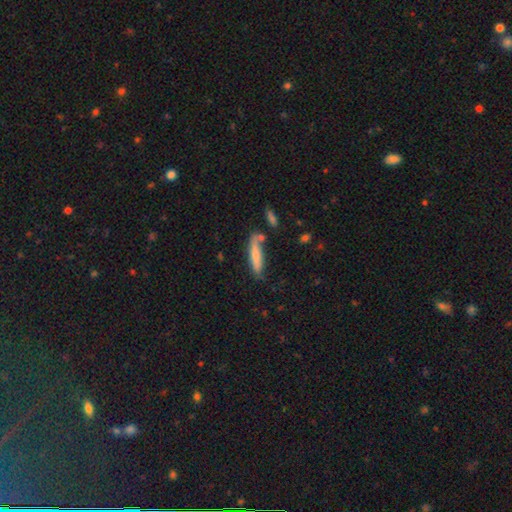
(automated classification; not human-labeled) The model was most divided on "merging": none: 65%, minor disturbance: 19%, merger: 10%, major disturbance: 5%. More confident: how rounded — cigar-shaped (82%); smooth or featured — smooth (75%).